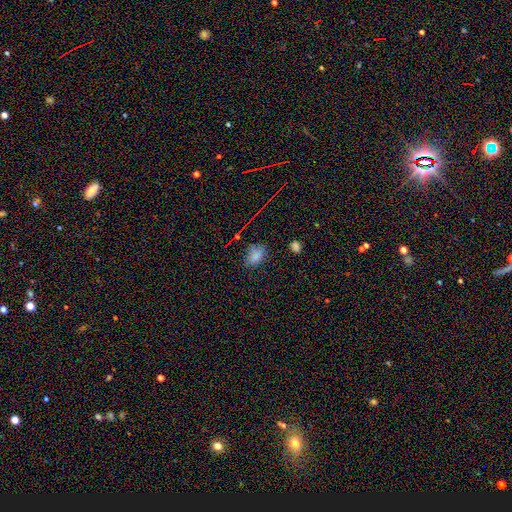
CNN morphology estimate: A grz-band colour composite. It shows a smooth galaxy with no disk features (76%) that is in between round and cigar-shaped (80%). Merging: none (74%).